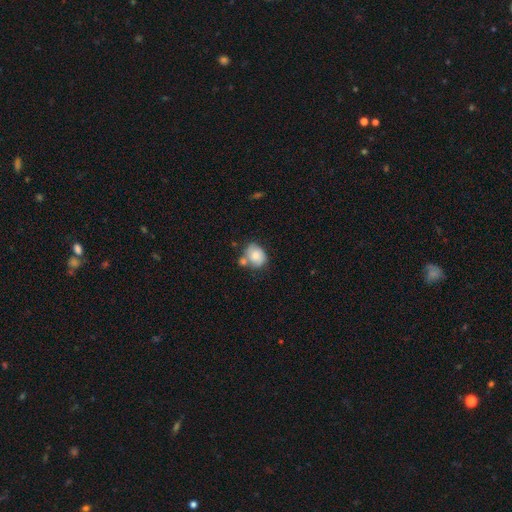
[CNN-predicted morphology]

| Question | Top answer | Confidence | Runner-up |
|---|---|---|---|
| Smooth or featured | smooth | 67% | featured or disk (25%) |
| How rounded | in between | 51% | round (48%) |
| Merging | none | 45% | merger (27%) |